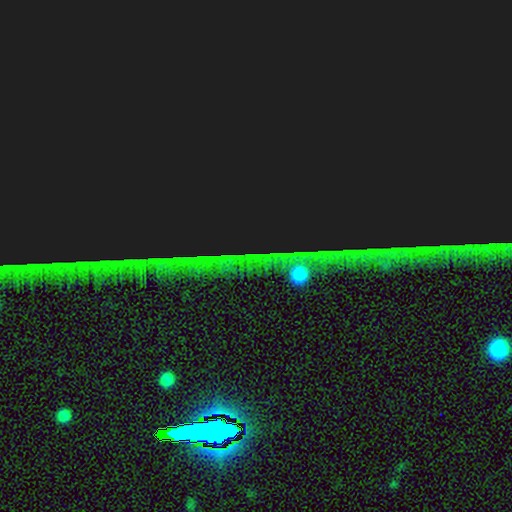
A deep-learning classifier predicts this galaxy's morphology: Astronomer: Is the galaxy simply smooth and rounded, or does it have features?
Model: star or artifact — 75%.